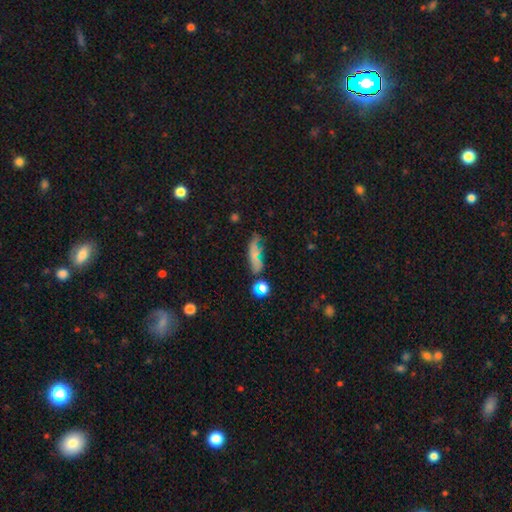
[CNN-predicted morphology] This appears to be a smooth galaxy with no disk features (57%) that is in between round and cigar-shaped (48%). Merging: none (54%).